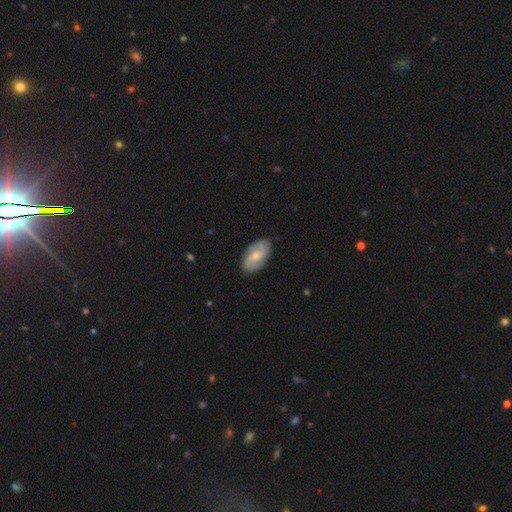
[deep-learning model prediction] A featured or disk galaxy (73%) with no bar (58%), 2 (71%) medium (45%) spiral arms (94%) and a moderate central bulge (54%).

Vote fractions:
- Smooth or featured? featured or disk: 73% / smooth: 22% / star or artifact: 5%
- Edge-on disk? no: 96% / yes: 4%
- Bar? no: 58% / weak: 37% / strong: 5%
- Spiral arms? yes: 94% / no: 6%
- Spiral winding? medium: 45% / tight: 39% / loose: 16%
- Spiral arm count? 2: 71% / can't tell: 12% / 3: 11% / 1: 2% / 4: 2% / more than 4: 2%
- Bulge size? moderate: 54% / small: 36% / none: 5% / large: 4% / dominant: 1%
- Merging? none: 81% / minor disturbance: 14% / major disturbance: 3% / merger: 1%